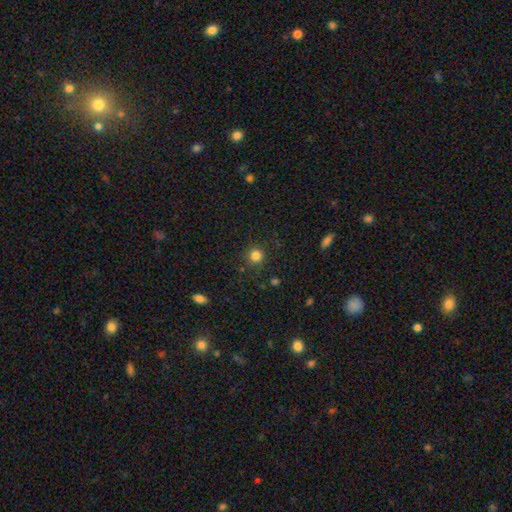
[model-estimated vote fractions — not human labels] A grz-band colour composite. It shows a smooth galaxy with no disk features (83%) that is round (91%). Merging: none (87%).